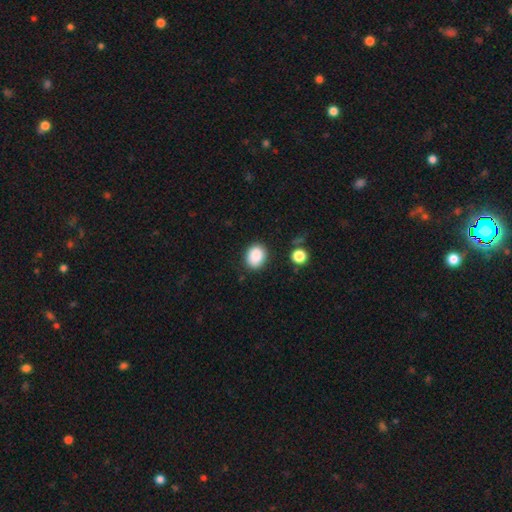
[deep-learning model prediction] smooth 88%, star or artifact 9%, featured or disk 3%. Down the decision tree: how rounded — in between (53%); merging — none (84%).